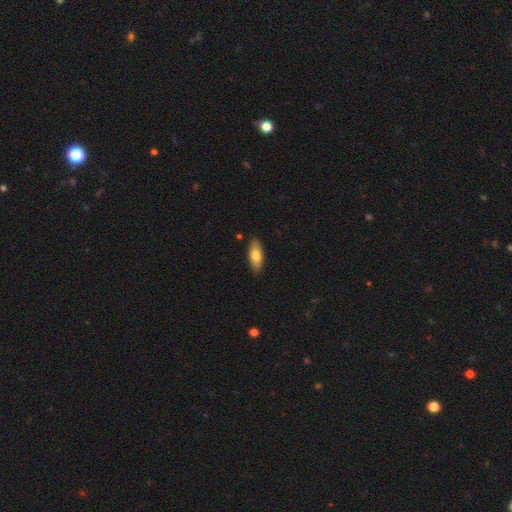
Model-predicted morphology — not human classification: This is likely a smooth galaxy (74%). How rounded: likely in between (72%). Merging: clearly none (88%).